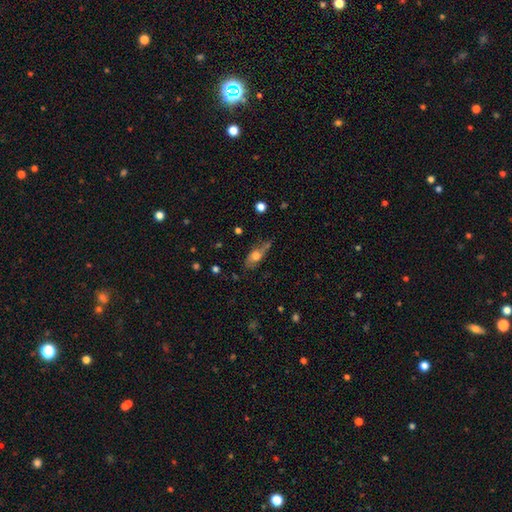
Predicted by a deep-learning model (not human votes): Smooth or featured? Predicted: smooth (p=0.55). How rounded? Predicted: in between (p=0.71). Merging? Predicted: none (p=0.49).